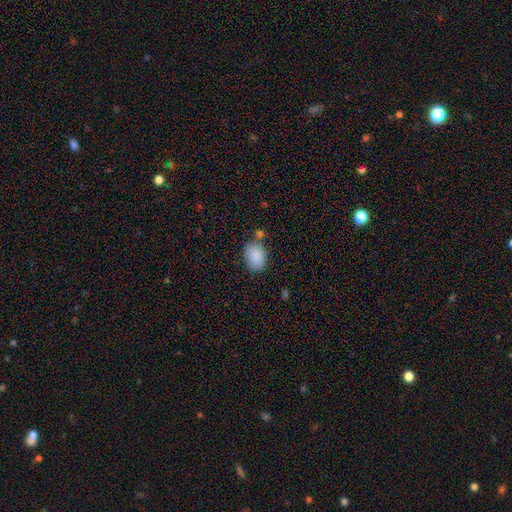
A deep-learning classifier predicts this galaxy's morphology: Q: Smooth or featured?
A: smooth (88%); runner-up: star or artifact (7%)
Q: How rounded?
A: in between (81%); runner-up: round (18%)
Q: Merging?
A: none (72%); runner-up: minor disturbance (17%)